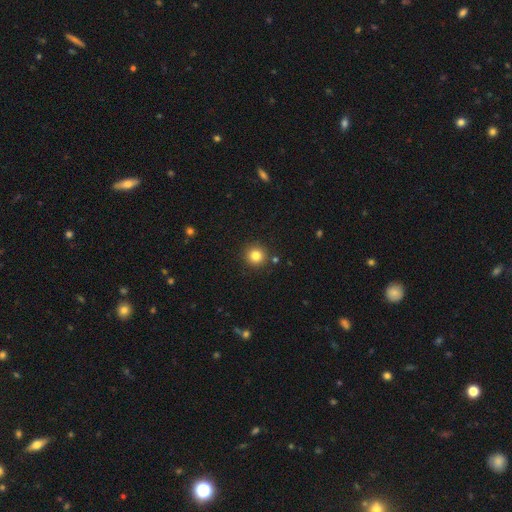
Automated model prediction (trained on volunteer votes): The model was most divided on "smooth or featured": smooth: 83%, star or artifact: 12%, featured or disk: 6%. More confident: how rounded — round (94%); merging — none (90%).